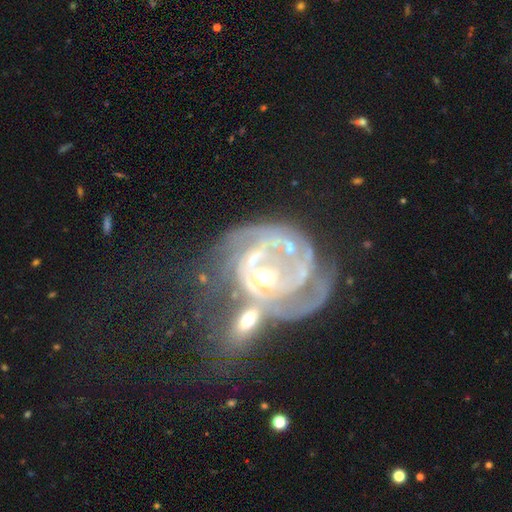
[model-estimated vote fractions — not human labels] Smooth or featured? Predicted: featured or disk (p=0.79). Edge-on disk? Predicted: no (p=0.97). Bar? Predicted: no (p=0.68). Spiral arms? Predicted: yes (p=0.62). Bulge size? Predicted: moderate (p=0.52). Merging? Predicted: merger (p=0.49).